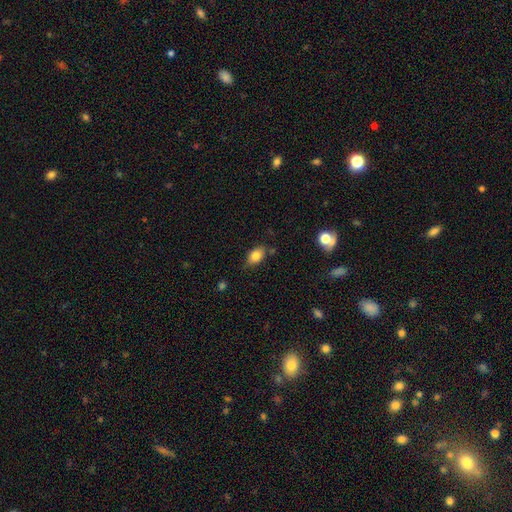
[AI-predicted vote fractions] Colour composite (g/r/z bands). It shows a smooth galaxy with no disk features (80%) that is in between round and cigar-shaped (83%). Merging: none (70%).